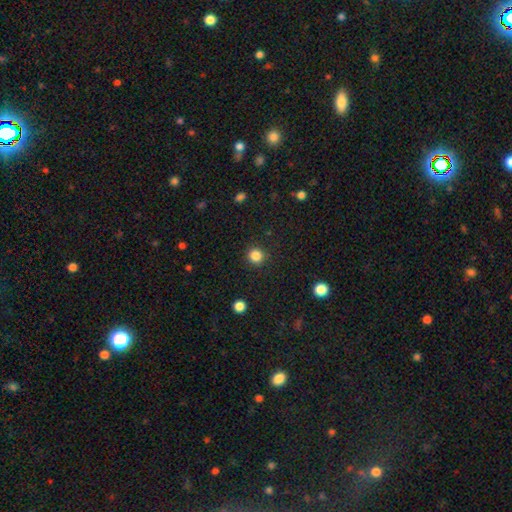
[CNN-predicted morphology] Smooth or featured: smooth — 85% (star or artifact — 12%)
How rounded: round — 92% (in between — 7%)
Merging: none — 90% (minor disturbance — 6%)